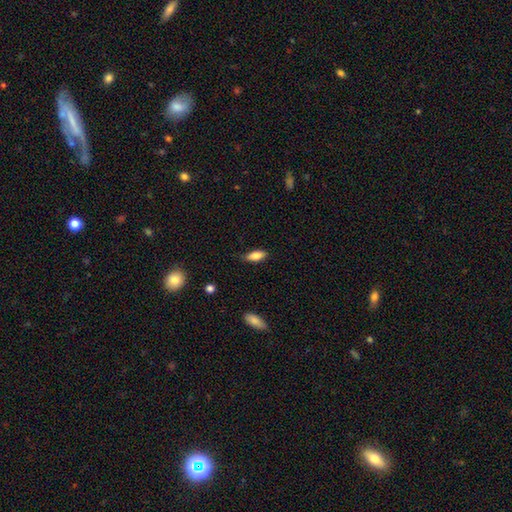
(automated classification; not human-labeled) This is clearly a smooth galaxy (83%). How rounded: likely in between (78%). Merging: likely none (77%).